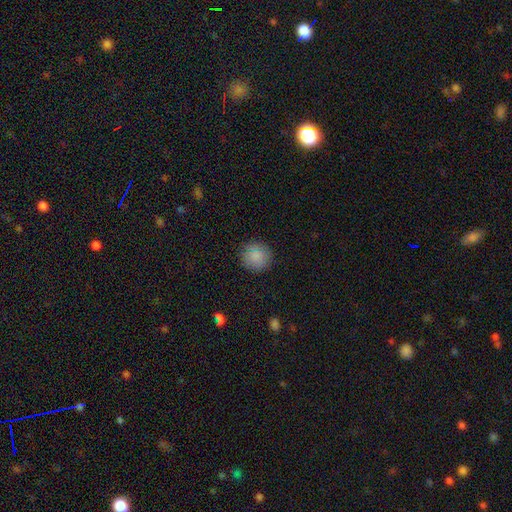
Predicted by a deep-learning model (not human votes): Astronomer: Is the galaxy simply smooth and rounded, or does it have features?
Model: smooth — 86%.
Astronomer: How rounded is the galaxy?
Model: round — 93%.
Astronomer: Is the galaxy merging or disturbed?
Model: none — 88%.